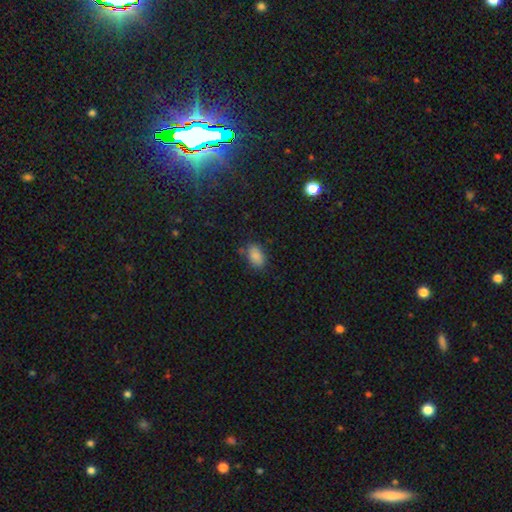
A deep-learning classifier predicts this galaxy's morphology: smooth-or-featured: smooth: 86% | star or artifact: 10% | featured or disk: 4%
  how-rounded: in between: 89% | round: 9% | cigar-shaped: 2%
  merging: none: 76% | minor disturbance: 16% | major disturbance: 4% | merger: 4%